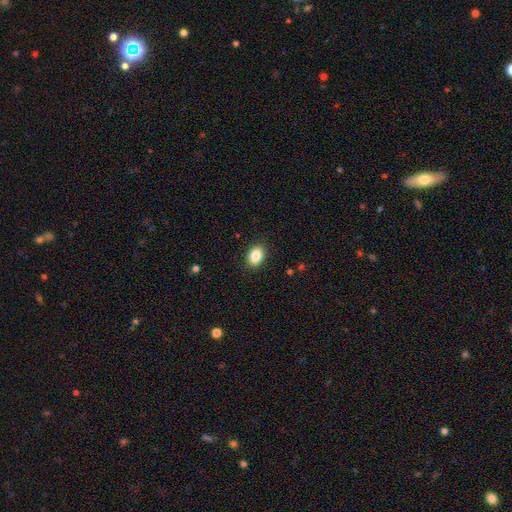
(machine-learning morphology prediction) A smooth galaxy with no disk features (86%) that is in between round and cigar-shaped (79%).

Vote fractions:
- Smooth or featured? smooth: 86% / star or artifact: 8% / featured or disk: 5%
- How rounded? in between: 79% / round: 20% / cigar-shaped: 1%
- Merging? none: 89% / minor disturbance: 8% / major disturbance: 2% / merger: 1%